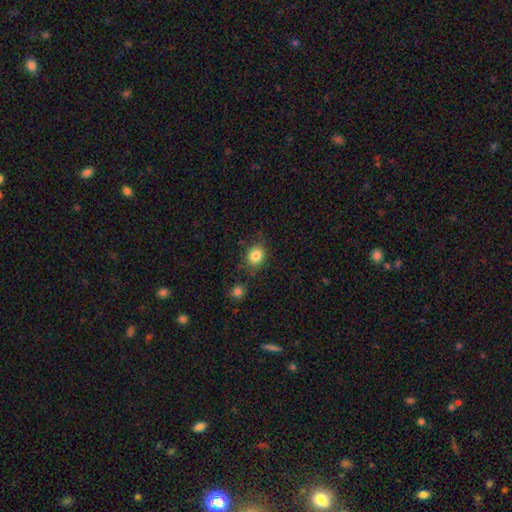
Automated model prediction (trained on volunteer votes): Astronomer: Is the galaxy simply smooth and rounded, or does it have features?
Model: smooth — 84%.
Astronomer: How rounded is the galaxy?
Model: round — 58% (runner-up: in between, 41%).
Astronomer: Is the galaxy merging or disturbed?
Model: none — 80%.